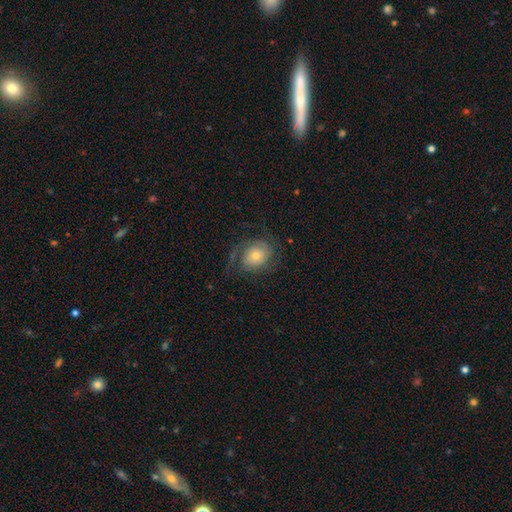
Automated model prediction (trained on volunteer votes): Q: Smooth or featured?
A: featured or disk (63%); runner-up: smooth (28%)
Q: Edge-on disk?
A: no (97%); runner-up: yes (3%)
Q: Bar?
A: no (77%); runner-up: weak (18%)
Q: Spiral arms?
A: yes (86%); runner-up: no (14%)
Q: Spiral winding?
A: tight (38%); tied with: medium (38%)
Q: Spiral arm count?
A: 2 (49%); runner-up: can't tell (22%)
Q: Bulge size?
A: small (47%); runner-up: moderate (44%)
Q: Merging?
A: none (63%); runner-up: minor disturbance (18%)